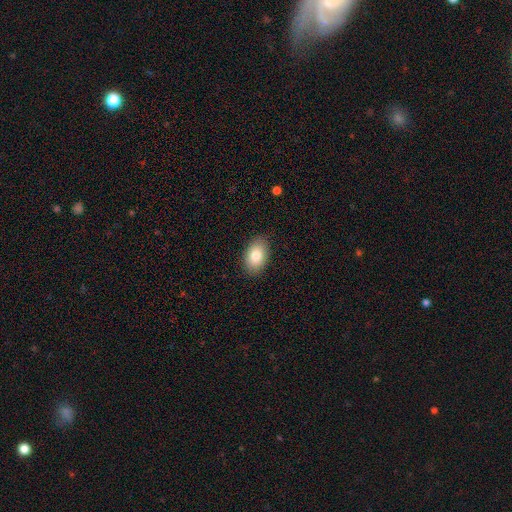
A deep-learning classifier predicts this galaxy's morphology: Q: Smooth or featured?
A: smooth (81%); runner-up: featured or disk (11%)
Q: How rounded?
A: in between (89%); runner-up: round (9%)
Q: Merging?
A: none (87%); runner-up: minor disturbance (10%)